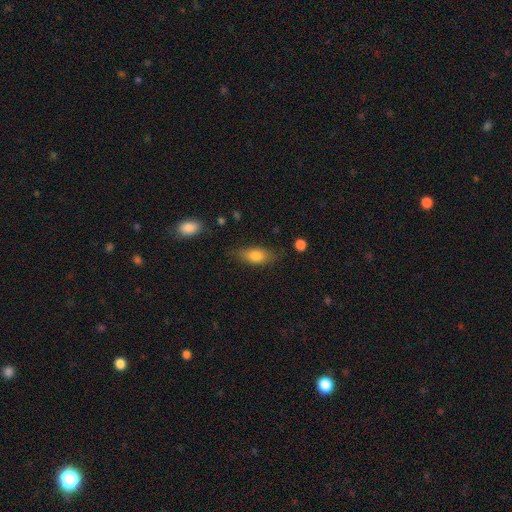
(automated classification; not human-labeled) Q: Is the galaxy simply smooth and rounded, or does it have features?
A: smooth — 78%.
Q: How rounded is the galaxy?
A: in between — 81%.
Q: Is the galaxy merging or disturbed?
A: none — 77%.